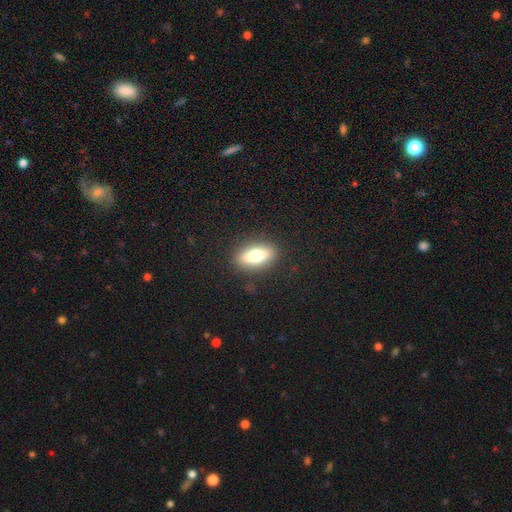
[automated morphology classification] A smooth galaxy with no disk features (66%) that is in between round and cigar-shaped (76%). Merging: none (88%).